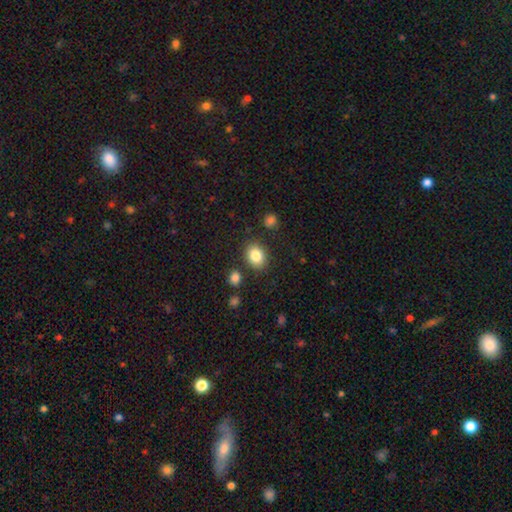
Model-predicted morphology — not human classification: This is clearly a smooth galaxy (84%). How rounded: possibly in between (57%). Merging: clearly none (84%).